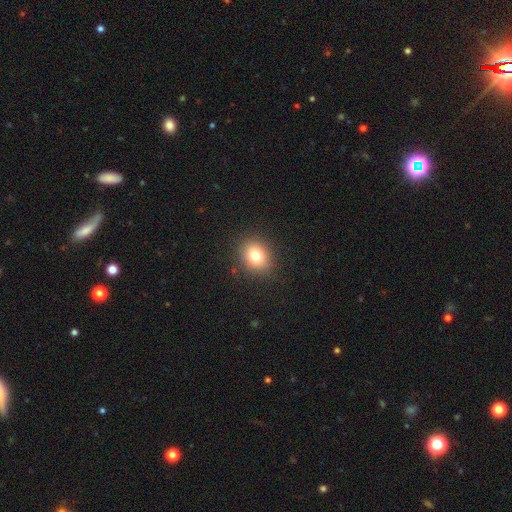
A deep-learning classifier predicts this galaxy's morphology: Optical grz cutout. It shows a smooth galaxy with no disk features (79%) that is round (59%). Merging: none (87%).